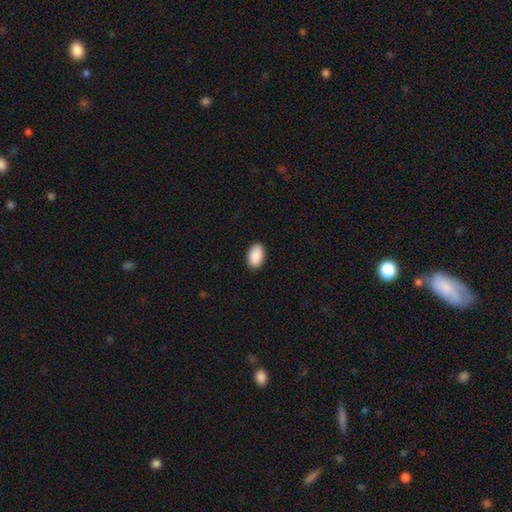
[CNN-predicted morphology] A smooth galaxy with no disk features (91%) that is in between round and cigar-shaped (92%). Merging: none (90%).